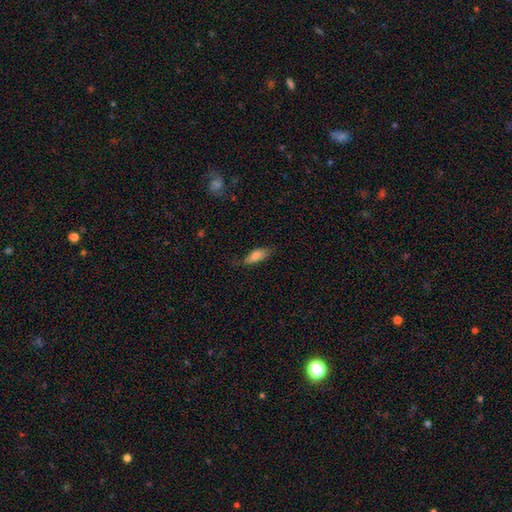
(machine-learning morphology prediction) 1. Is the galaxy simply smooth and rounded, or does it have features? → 78% smooth, 15% featured or disk, 7% star or artifact.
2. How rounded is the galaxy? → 73% in between, 24% cigar-shaped, 2% round.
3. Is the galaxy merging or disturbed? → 69% none, 24% minor disturbance, 6% major disturbance, 1% merger.